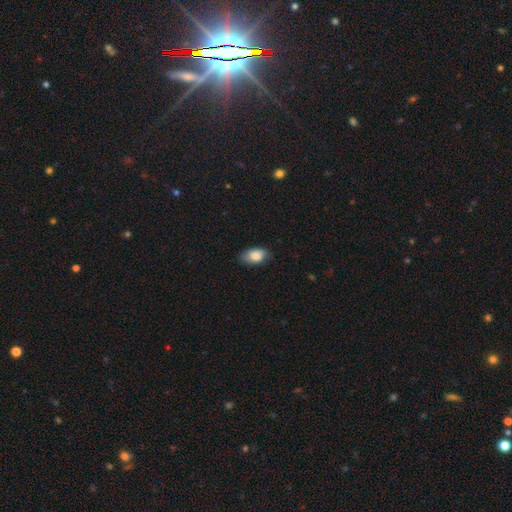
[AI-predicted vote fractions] This is clearly a smooth galaxy (86%). How rounded: clearly in between (91%). Merging: likely none (76%).